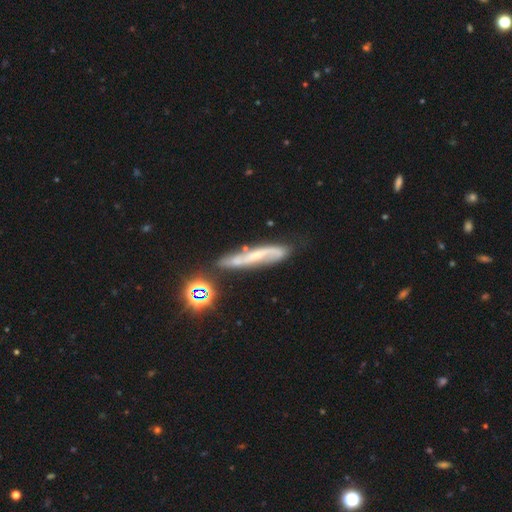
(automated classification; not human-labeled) Smooth or featured? Predicted: featured or disk (p=0.70). Edge-on disk? Predicted: no (p=0.68). Merging? Predicted: none (p=0.60).